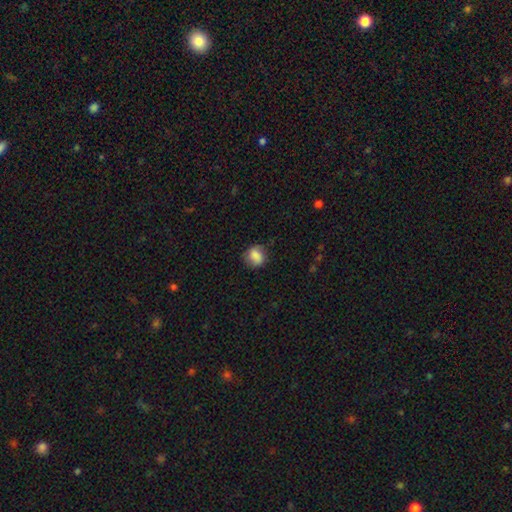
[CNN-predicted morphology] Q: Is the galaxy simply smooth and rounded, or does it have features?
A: smooth — 81%.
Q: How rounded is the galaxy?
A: round — 64%.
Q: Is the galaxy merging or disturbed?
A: none — 70%.